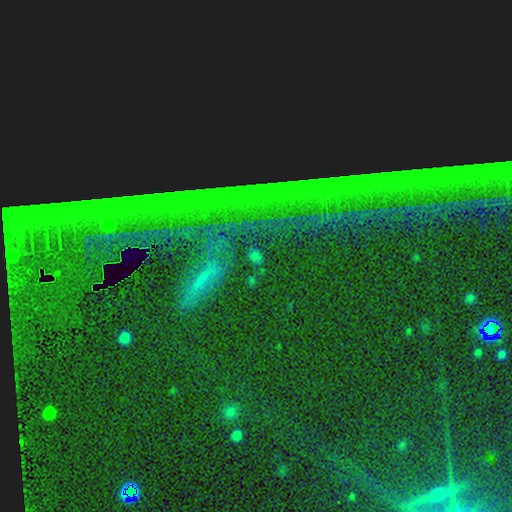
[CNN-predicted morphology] Smooth or featured: star or artifact — 79% (featured or disk — 11%)